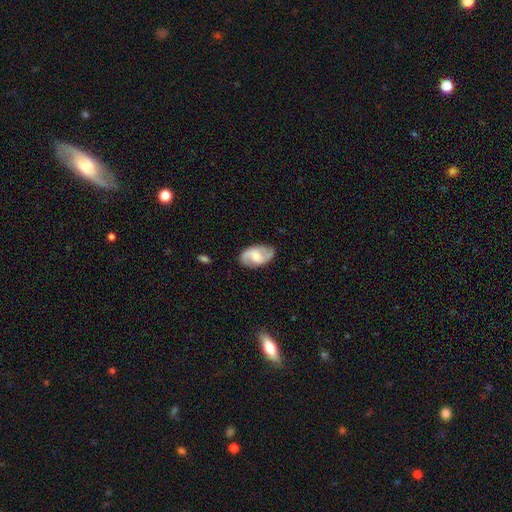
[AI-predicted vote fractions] This appears to be a featured or disk galaxy (63%) with a weak bar (49%), 2 (86%) medium (45%) spiral arms (90%) and a moderate central bulge (43%). Merging: none (79%).